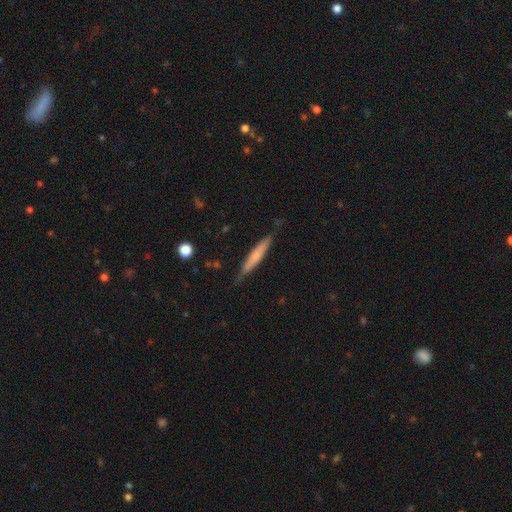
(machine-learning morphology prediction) Overall: smooth (59%; featured or disk 35%). How rounded: cigar-shaped (93%). Merging: none (79%).